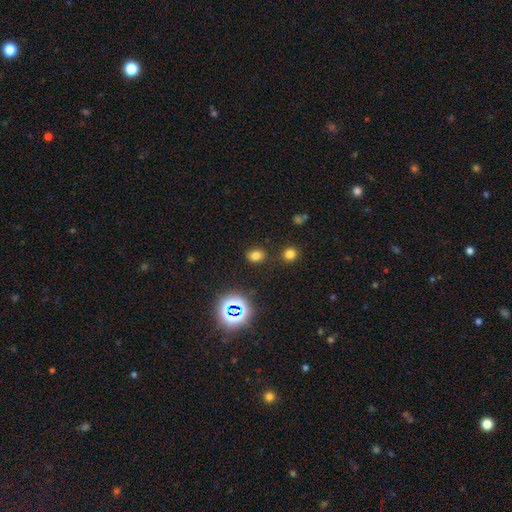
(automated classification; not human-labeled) Morphology: type=smooth (71%); roundness=in between (53%); merging=none (83%).